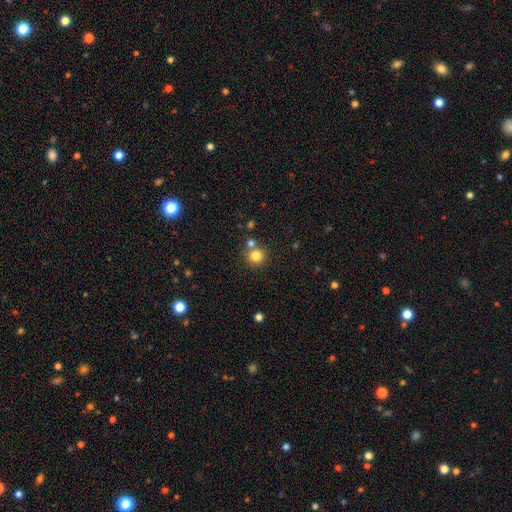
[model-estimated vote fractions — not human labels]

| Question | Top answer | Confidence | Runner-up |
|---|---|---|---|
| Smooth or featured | smooth | 81% | star or artifact (12%) |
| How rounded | round | 92% | in between (7%) |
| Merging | none | 70% | merger (19%) |